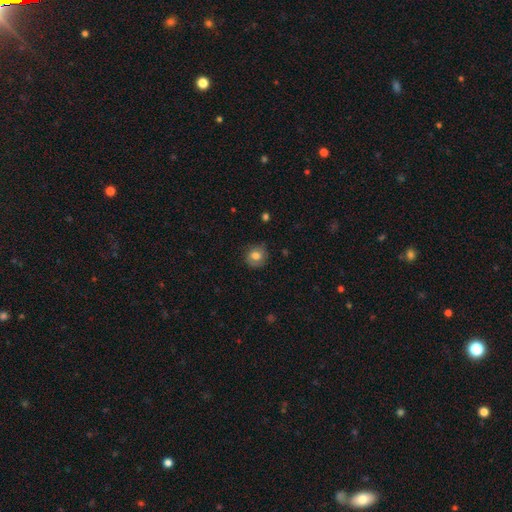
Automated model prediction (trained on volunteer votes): smooth 76%, featured or disk 15%, star or artifact 9%. Down the decision tree: how rounded — round (81%); merging — none (76%).